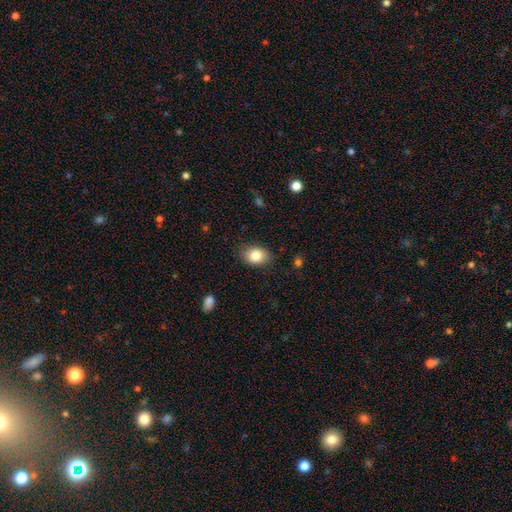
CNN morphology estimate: smooth 84%, star or artifact 8%, featured or disk 8%. Down the decision tree: how rounded — in between (76%); merging — none (85%).